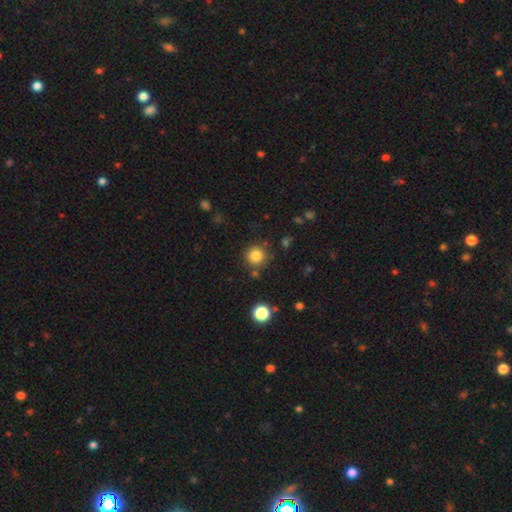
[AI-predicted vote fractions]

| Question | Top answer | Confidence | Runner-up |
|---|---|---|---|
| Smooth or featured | smooth | 83% | star or artifact (12%) |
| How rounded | round | 93% | in between (6%) |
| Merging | none | 81% | minor disturbance (10%) |